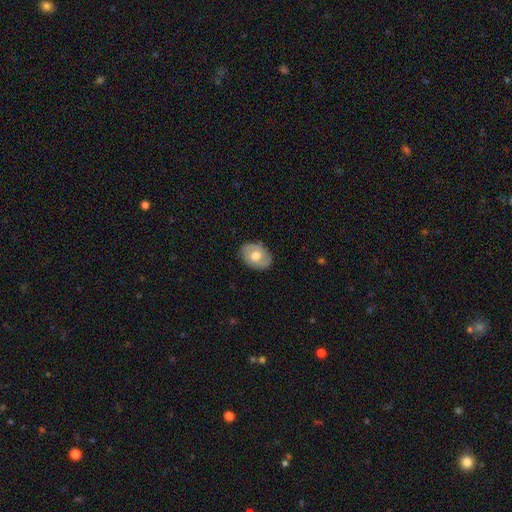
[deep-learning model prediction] smooth_or_featured: smooth (p=0.61) [alt: featured or disk p=0.33]
how_rounded: in between (p=0.68) [alt: round p=0.31]
merging: none (p=0.84) [alt: minor disturbance p=0.12]